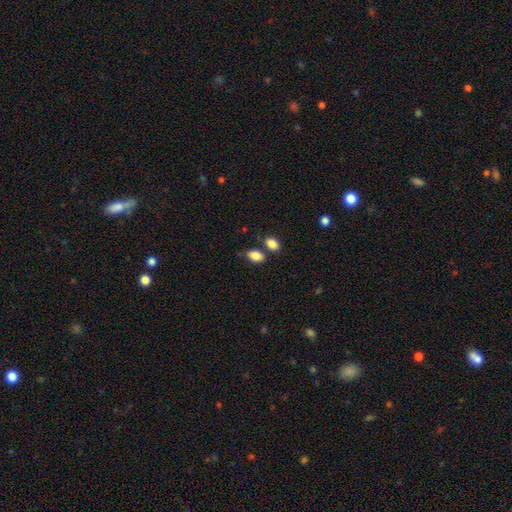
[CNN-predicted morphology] Overall: smooth (86%). How rounded: in between (87%). Merging: none (62%).